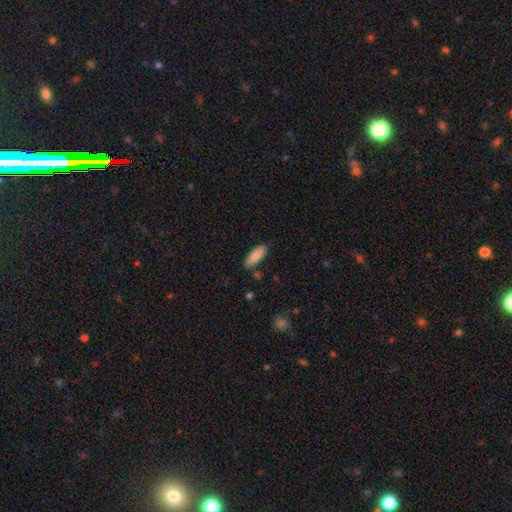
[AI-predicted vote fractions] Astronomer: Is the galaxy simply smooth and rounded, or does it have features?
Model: smooth — 87%.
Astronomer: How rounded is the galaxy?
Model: in between — 65%.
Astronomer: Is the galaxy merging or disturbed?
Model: none — 82%.